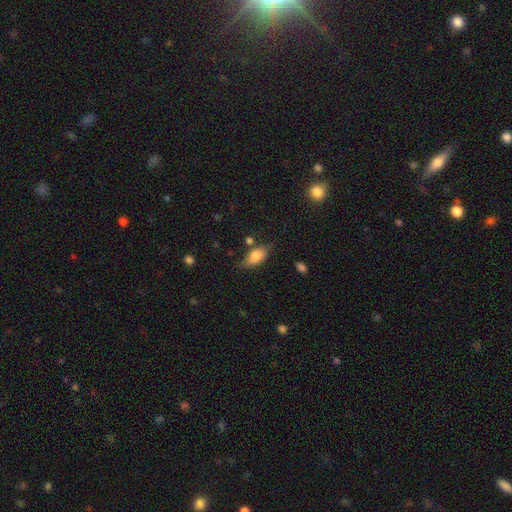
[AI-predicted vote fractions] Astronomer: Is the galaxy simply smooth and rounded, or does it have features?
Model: smooth — 70%.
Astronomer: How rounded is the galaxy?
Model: in between — 82%.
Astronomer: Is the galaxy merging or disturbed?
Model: none — 64%.